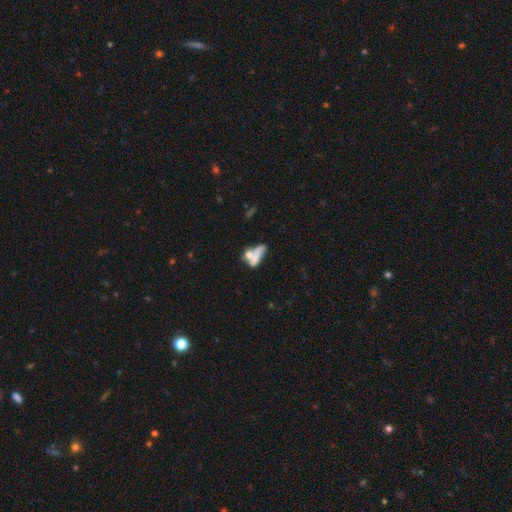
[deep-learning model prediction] A smooth galaxy with no disk features (54%) that is in between round and cigar-shaped (69%). Merging: merger (50%).